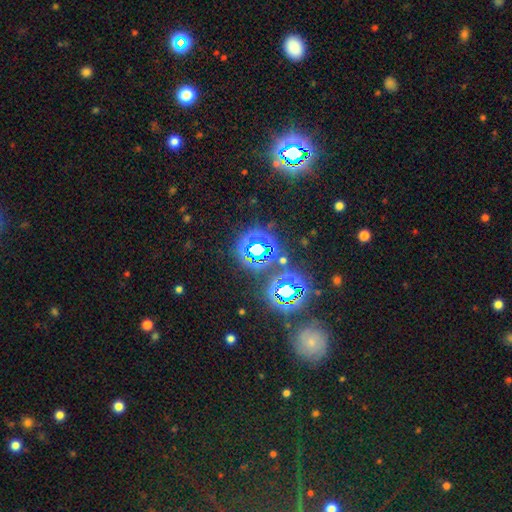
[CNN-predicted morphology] smooth-or-featured: star or artifact: 76% | smooth: 14% | featured or disk: 11%